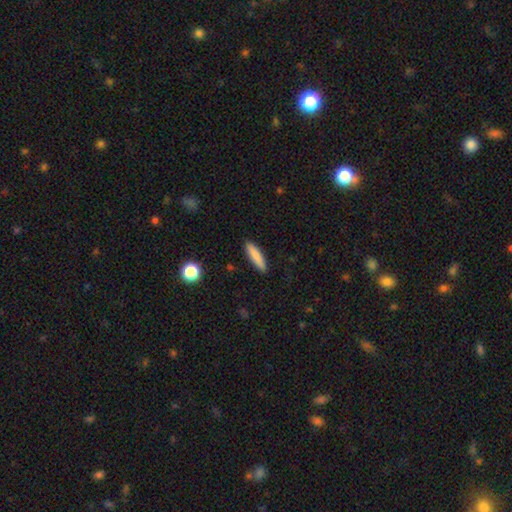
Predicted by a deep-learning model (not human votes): This is clearly a smooth galaxy (84%). How rounded: likely cigar-shaped (79%). Merging: clearly none (90%).